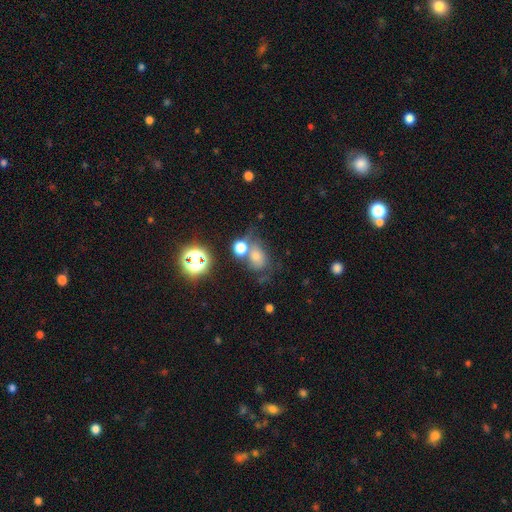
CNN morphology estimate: A smooth galaxy with no disk features (55%) that is round (50%).

Vote fractions:
- Smooth or featured? smooth: 55% / star or artifact: 27% / featured or disk: 18%
- How rounded? round: 50% / in between: 48% / cigar-shaped: 2%
- Merging? none: 46% / merger: 24% / minor disturbance: 18% / major disturbance: 12%